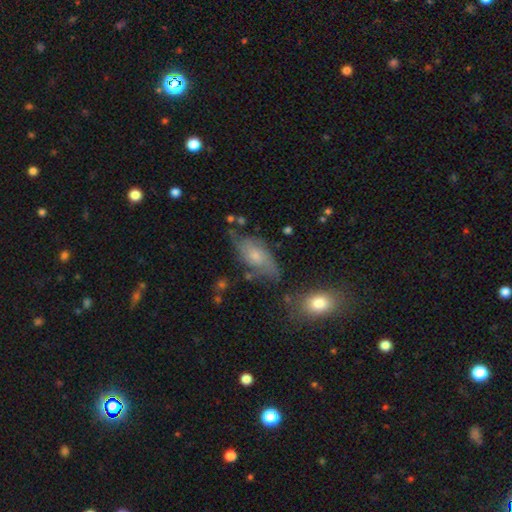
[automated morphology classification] The model was most divided on "smooth or featured": featured or disk: 52%, smooth: 40%, star or artifact: 9%. More confident: edge-on disk — no (90%); merging — none (53%).